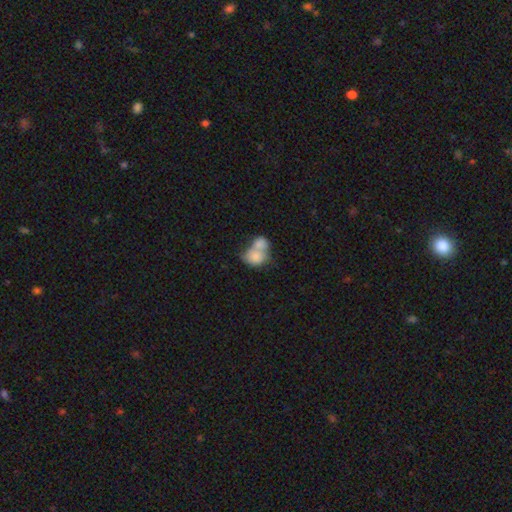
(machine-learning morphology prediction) This is likely a smooth galaxy (78%). How rounded: possibly in between (56%). Merging: likely merger (75%).